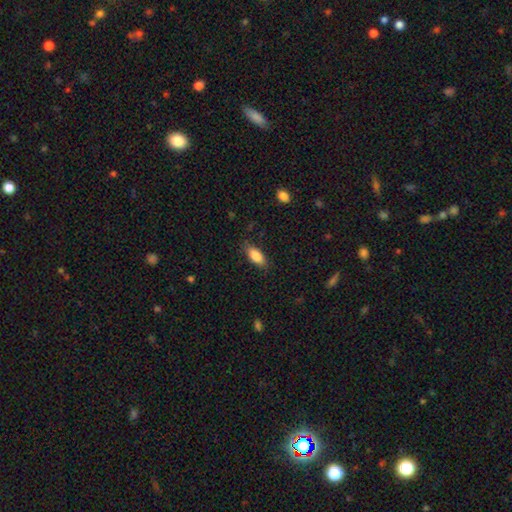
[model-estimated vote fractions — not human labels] A smooth galaxy with no disk features (84%) that is in between round and cigar-shaped (84%).

Vote fractions:
- Smooth or featured? smooth: 84% / featured or disk: 9% / star or artifact: 7%
- How rounded? in between: 84% / cigar-shaped: 13% / round: 3%
- Merging? none: 82% / minor disturbance: 14% / major disturbance: 3% / merger: 1%